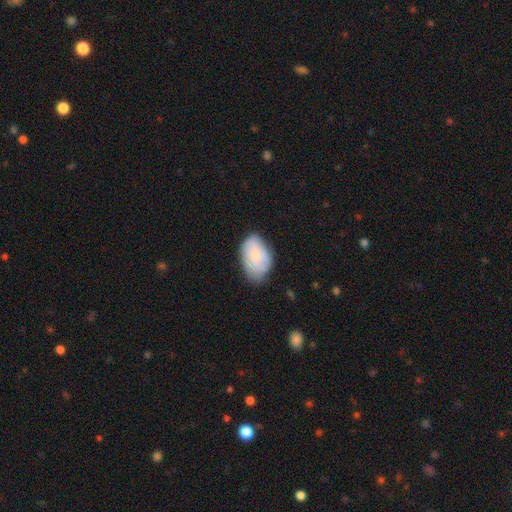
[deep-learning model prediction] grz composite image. It shows a smooth galaxy with no disk features (60%) that is in between round and cigar-shaped (88%). Merging: none (59%).